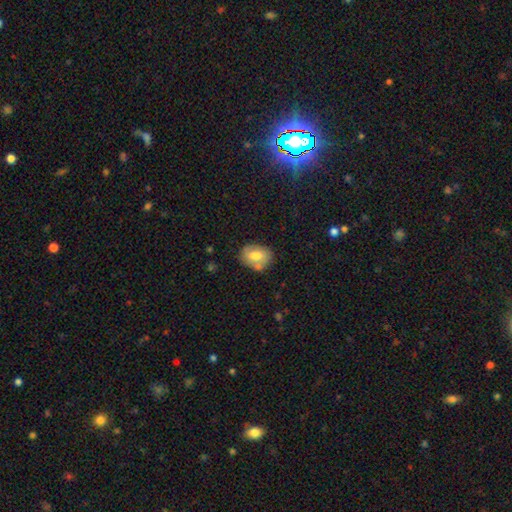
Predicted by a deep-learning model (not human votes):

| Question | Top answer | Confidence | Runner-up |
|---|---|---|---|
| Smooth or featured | smooth | 69% | featured or disk (24%) |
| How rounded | in between | 65% | round (34%) |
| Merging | none | 67% | minor disturbance (20%) |